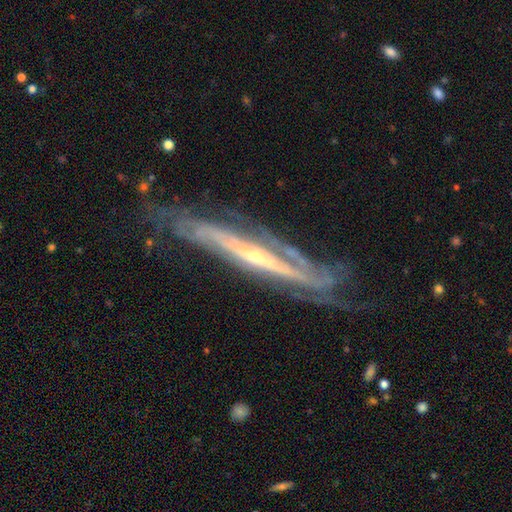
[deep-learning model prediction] Smooth or featured? Predicted: featured or disk (p=0.88). Edge-on disk? Predicted: yes (p=0.58). Edge-on bulge? Predicted: rounded (p=0.67). Merging? Predicted: none (p=0.68).